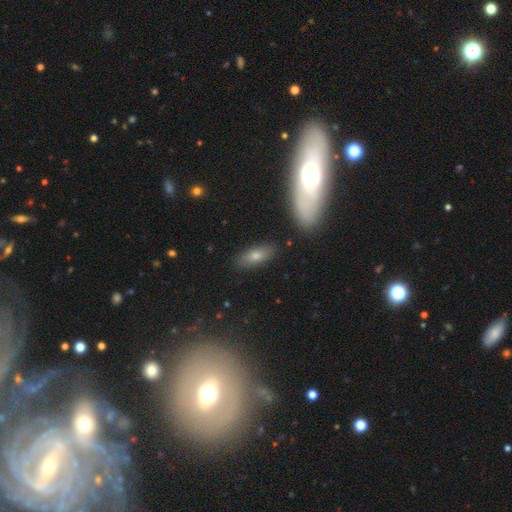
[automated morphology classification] smooth 75%, featured or disk 16%, star or artifact 9%. Down the decision tree: how rounded — in between (75%); merging — none (85%).